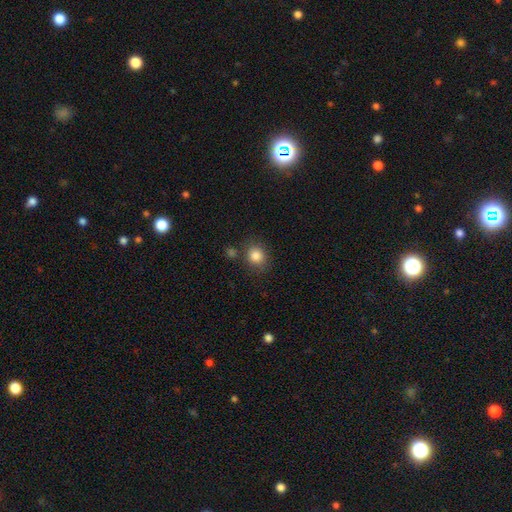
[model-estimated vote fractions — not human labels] This appears to be a smooth galaxy with no disk features (84%) that is round (74%). Merging: none (77%).